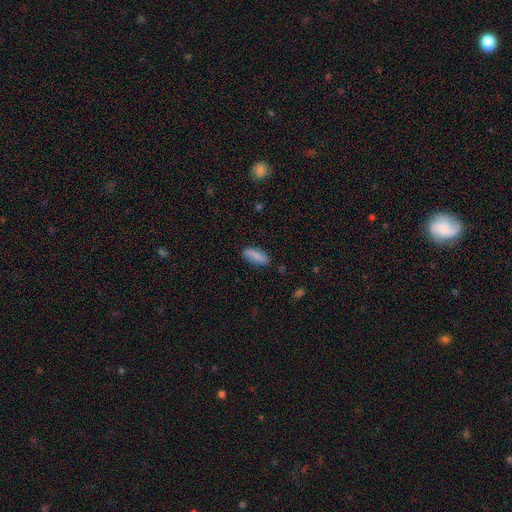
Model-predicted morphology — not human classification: A smooth galaxy with no disk features (82%) that is in between round and cigar-shaped (73%). Merging: none (81%).